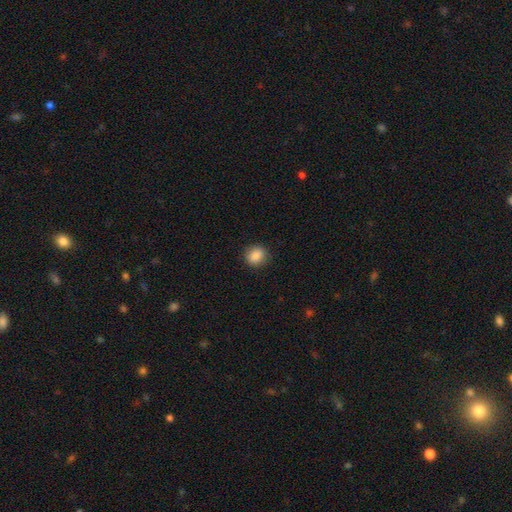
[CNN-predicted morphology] This appears to be a smooth galaxy with no disk features (88%) that is round (77%). Merging: none (89%).